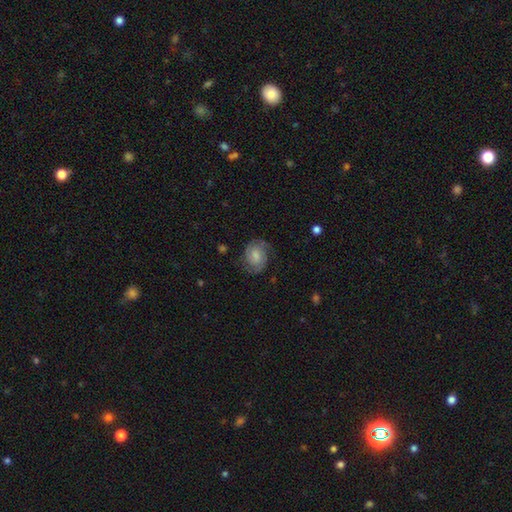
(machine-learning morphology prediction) Smooth or featured: featured or disk — 64% (smooth — 28%)
Edge-on disk: no — 98% (yes — 2%)
Bar: no — 53% (weak — 40%)
Spiral arms: yes — 92% (no — 8%)
Spiral winding: tight — 51% (medium — 38%)
Spiral arm count: 2 — 73% (can't tell — 13%)
Bulge size: moderate — 37% (small — 29%)
Merging: none — 73% (minor disturbance — 18%)